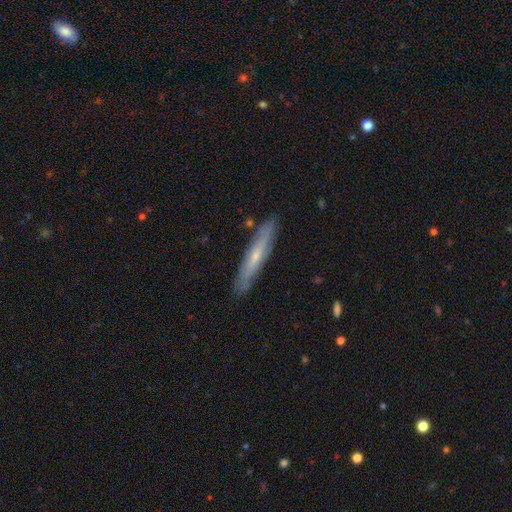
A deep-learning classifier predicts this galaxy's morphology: smooth_or_featured: featured or disk (p=0.55) [alt: smooth p=0.39]
disk_edge_on: yes (p=0.77) [alt: no p=0.23]
merging: none (p=0.86) [alt: minor disturbance p=0.11]